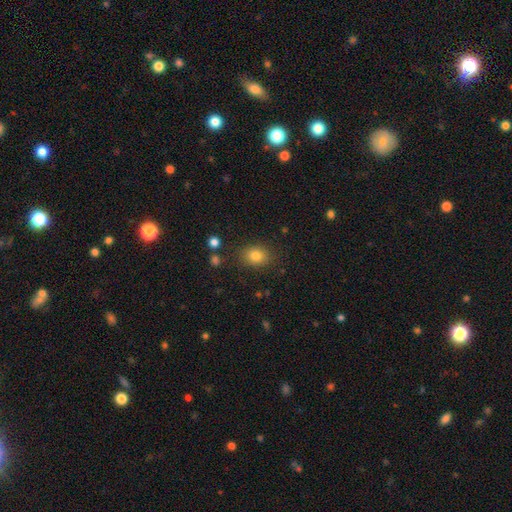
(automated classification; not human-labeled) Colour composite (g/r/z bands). It shows a smooth galaxy with no disk features (81%) that is in between round and cigar-shaped (50%). Merging: none (84%).